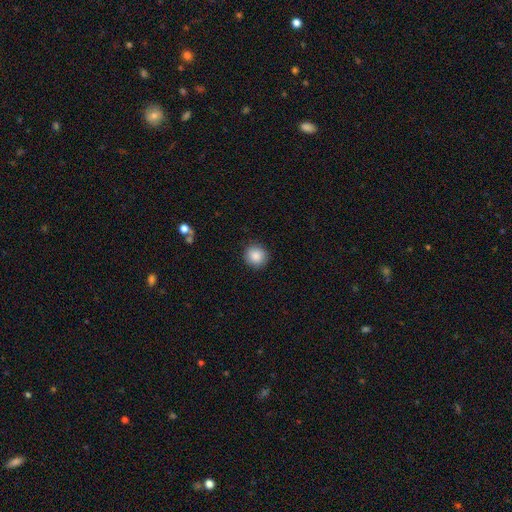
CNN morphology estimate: Smooth or featured: smooth — 87% (star or artifact — 8%)
How rounded: round — 90% (in between — 9%)
Merging: none — 89% (minor disturbance — 8%)